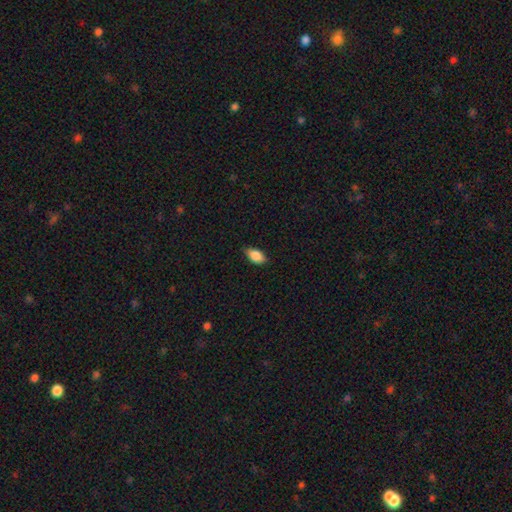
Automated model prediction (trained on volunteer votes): A smooth galaxy with no disk features (86%) that is in between round and cigar-shaped (91%).

Vote fractions:
- Smooth or featured? smooth: 86% / star or artifact: 7% / featured or disk: 7%
- How rounded? in between: 91% / round: 6% / cigar-shaped: 4%
- Merging? none: 78% / minor disturbance: 18% / major disturbance: 3% / merger: 1%